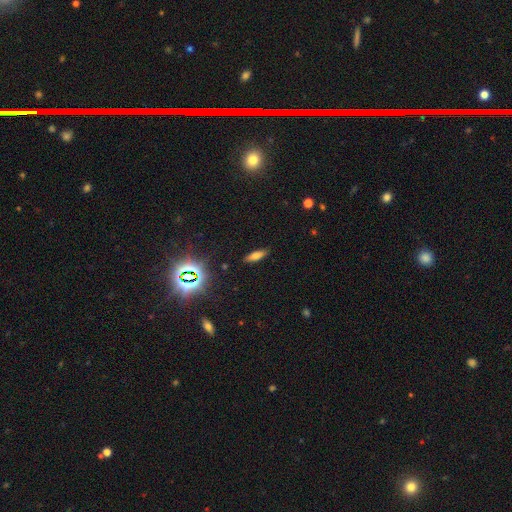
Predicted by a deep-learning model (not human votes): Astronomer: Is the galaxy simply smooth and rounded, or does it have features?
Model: smooth — 64%.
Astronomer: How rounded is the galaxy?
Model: in between — 52% (runner-up: cigar-shaped, 45%).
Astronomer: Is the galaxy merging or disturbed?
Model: none — 88%.